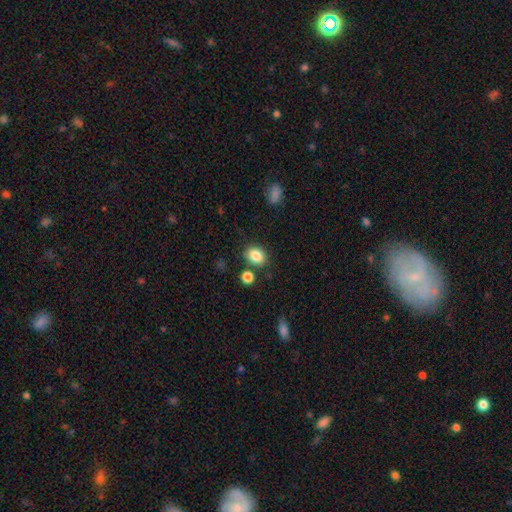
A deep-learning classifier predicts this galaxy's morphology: This is clearly a smooth galaxy (85%). How rounded: possibly in between (57%). Merging: likely none (77%).